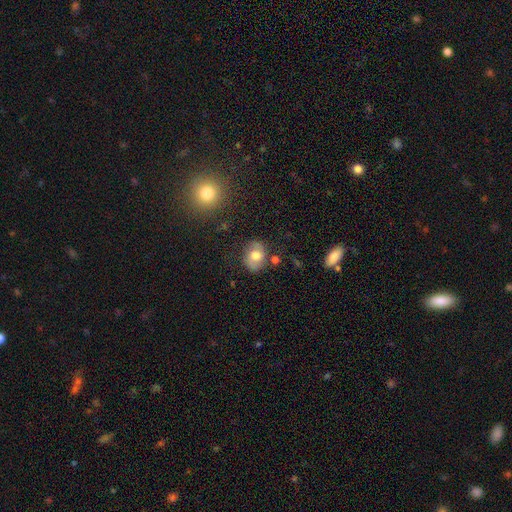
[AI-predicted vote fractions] A smooth galaxy with no disk features (53%) that is round (50%). Merging: none (74%).